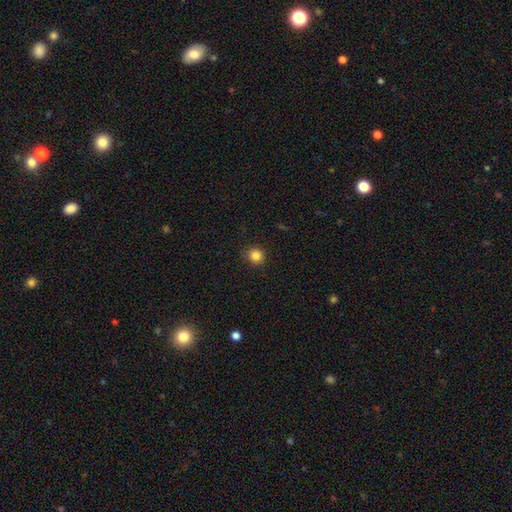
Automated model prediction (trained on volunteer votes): A smooth galaxy with no disk features (84%) that is round (90%).

Vote fractions:
- Smooth or featured? smooth: 84% / star or artifact: 11% / featured or disk: 4%
- How rounded? round: 90% / in between: 9% / cigar-shaped: 1%
- Merging? none: 88% / minor disturbance: 9% / major disturbance: 2% / merger: 1%